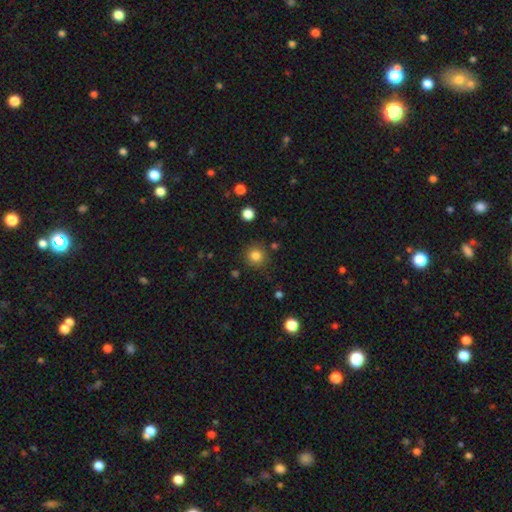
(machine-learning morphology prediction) smooth-or-featured: smooth: 83% | star or artifact: 12% | featured or disk: 6%
  how-rounded: round: 93% | in between: 6% | cigar-shaped: 1%
  merging: none: 86% | minor disturbance: 9% | major disturbance: 3% | merger: 3%